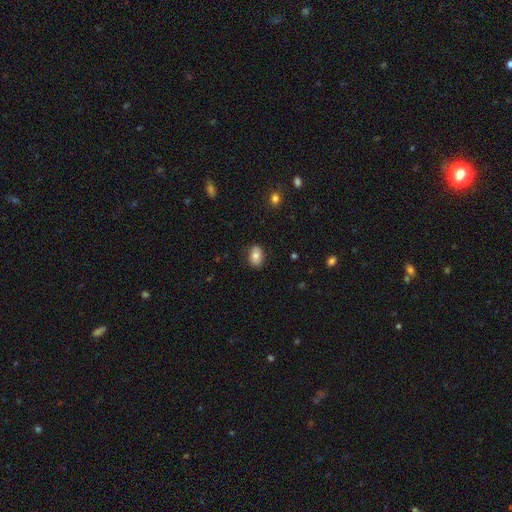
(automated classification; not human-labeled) This appears to be a smooth galaxy with no disk features (81%) that is in between round and cigar-shaped (80%). Merging: none (84%).